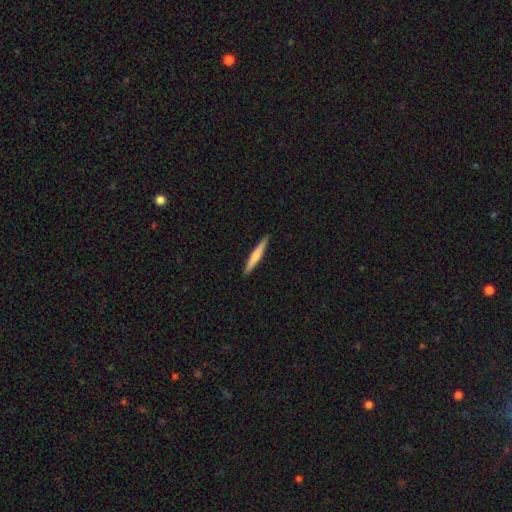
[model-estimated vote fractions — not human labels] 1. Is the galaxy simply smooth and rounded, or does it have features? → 64% smooth, 31% featured or disk, 5% star or artifact.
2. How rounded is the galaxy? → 95% cigar-shaped, 4% in between, 1% round.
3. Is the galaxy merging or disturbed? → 91% none, 7% minor disturbance, 1% major disturbance, 1% merger.